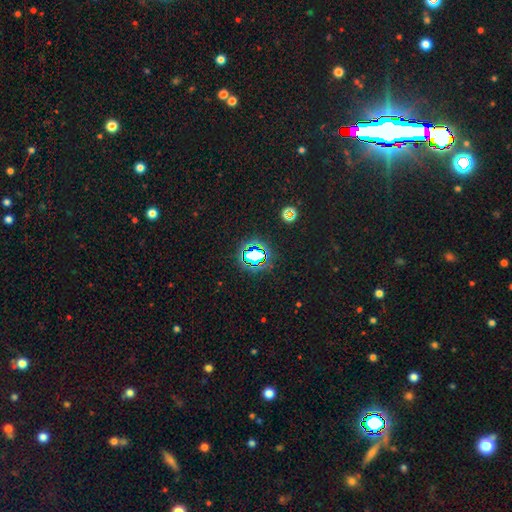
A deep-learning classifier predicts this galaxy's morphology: Q: Smooth or featured?
A: star or artifact (68%); runner-up: smooth (22%)